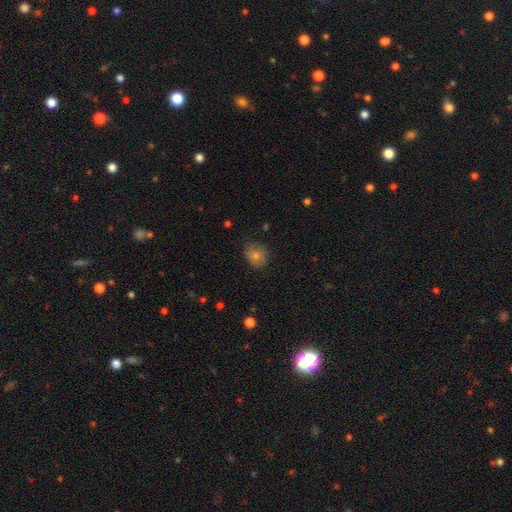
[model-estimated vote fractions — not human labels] Overall: smooth (70%). How rounded: round (63%; in between 36%). Merging: none (74%).